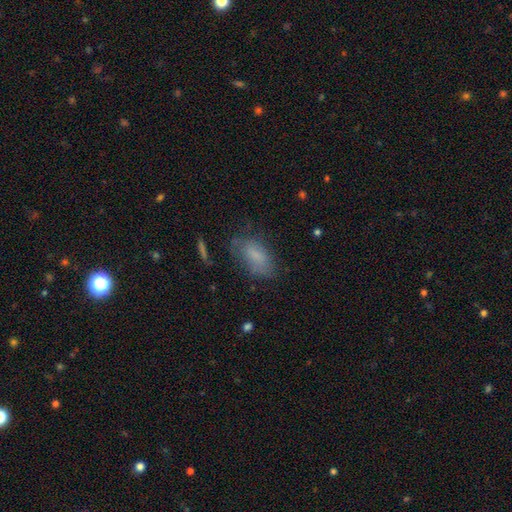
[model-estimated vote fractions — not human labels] smooth-or-featured: smooth: 76% | featured or disk: 15% | star or artifact: 9%
  how-rounded: in between: 90% | cigar-shaped: 6% | round: 4%
  merging: none: 64% | minor disturbance: 23% | major disturbance: 10% | merger: 2%